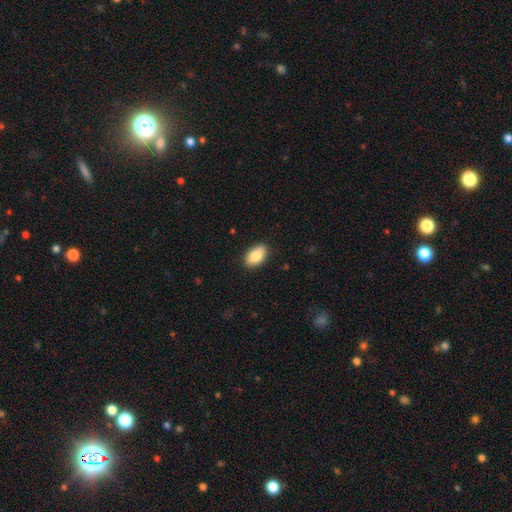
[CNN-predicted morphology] This is clearly a smooth galaxy (86%). How rounded: clearly in between (93%). Merging: clearly none (88%).